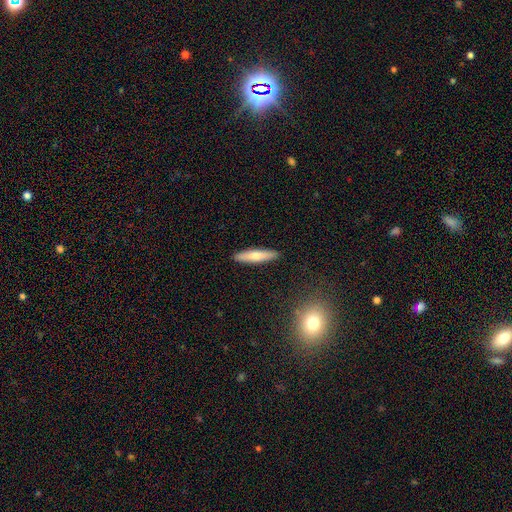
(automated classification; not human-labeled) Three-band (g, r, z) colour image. It shows a smooth galaxy with no disk features (66%) that is cigar-shaped (85%). Merging: none (91%).